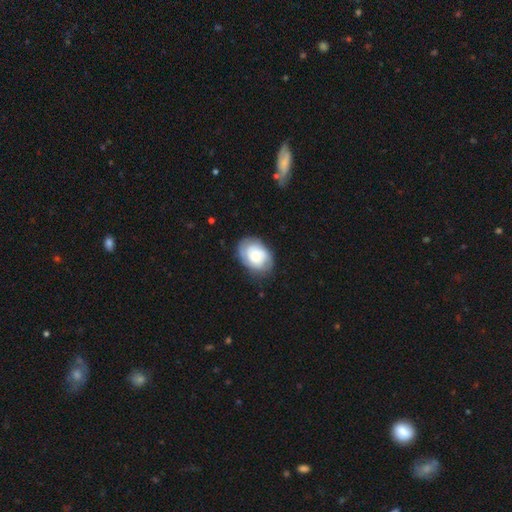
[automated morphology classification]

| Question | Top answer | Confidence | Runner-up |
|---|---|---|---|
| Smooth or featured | featured or disk | 57% | smooth (36%) |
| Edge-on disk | no | 97% | yes (3%) |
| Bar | no | 77% | weak (19%) |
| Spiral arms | yes | 82% | no (18%) |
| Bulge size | moderate | 50% | small (33%) |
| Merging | none | 76% | minor disturbance (17%) |